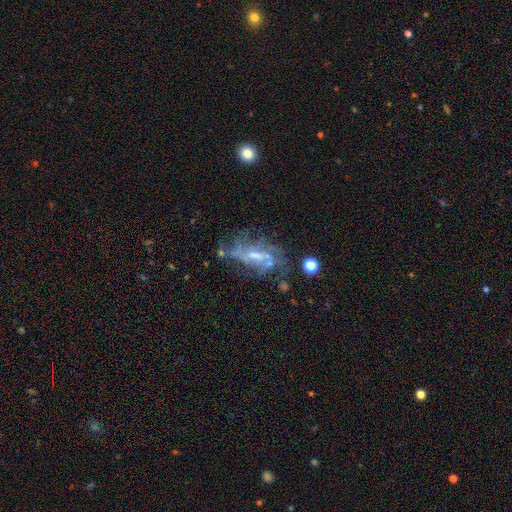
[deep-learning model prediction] Smooth or featured: featured or disk — 79% (star or artifact — 11%)
Edge-on disk: no — 93% (yes — 7%)
Bar: weak — 45% (no — 32%)
Spiral arms: yes — 89% (no — 11%)
Spiral winding: medium — 42% (loose — 31%)
Spiral arm count: can't tell — 31% (2 — 26%)
Bulge size: small — 52% (moderate — 34%)
Merging: none — 55% (minor disturbance — 19%)